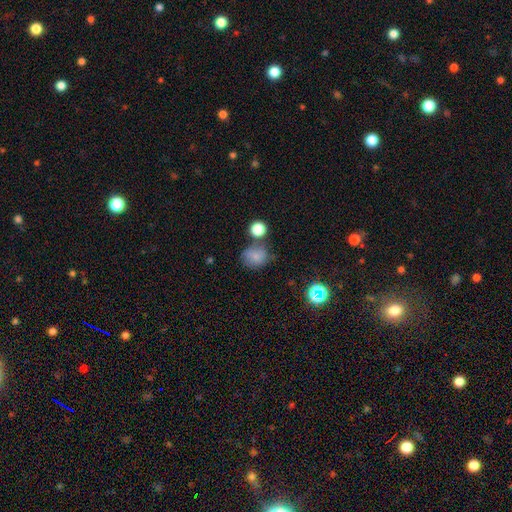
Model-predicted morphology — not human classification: Smooth or featured?
  - smooth: 76% *
  - star or artifact: 13%
  - featured or disk: 11%
How rounded?
  - round: 71% *
  - in between: 28%
  - cigar-shaped: 1%
Merging?
  - none: 56% *
  - minor disturbance: 21%
  - merger: 14%
  - major disturbance: 8%